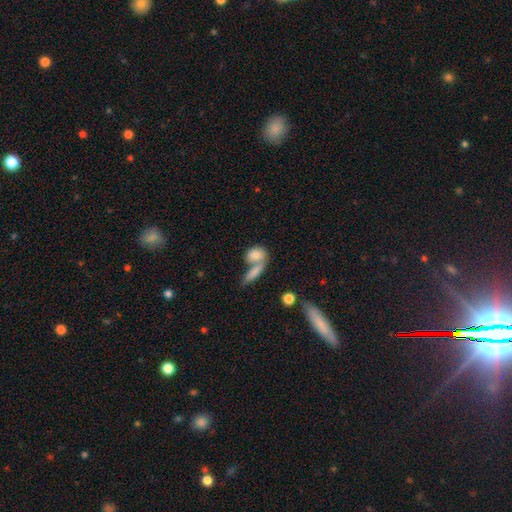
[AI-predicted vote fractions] Smooth or featured? smooth (80%)
How rounded? in between (60%)
Merging? merger (47%)